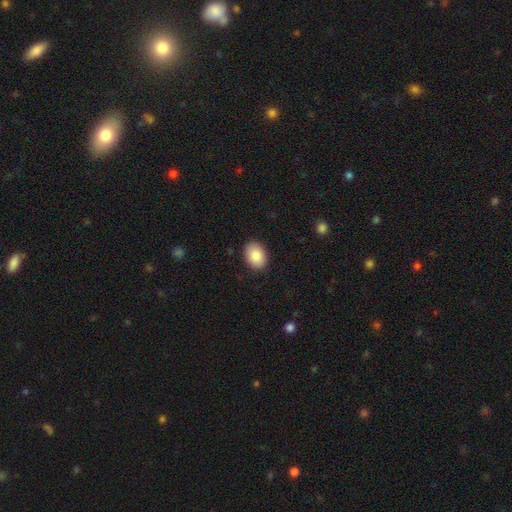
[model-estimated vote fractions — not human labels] This appears to be a smooth galaxy with no disk features (86%) that is in between round and cigar-shaped (76%). Merging: none (89%).